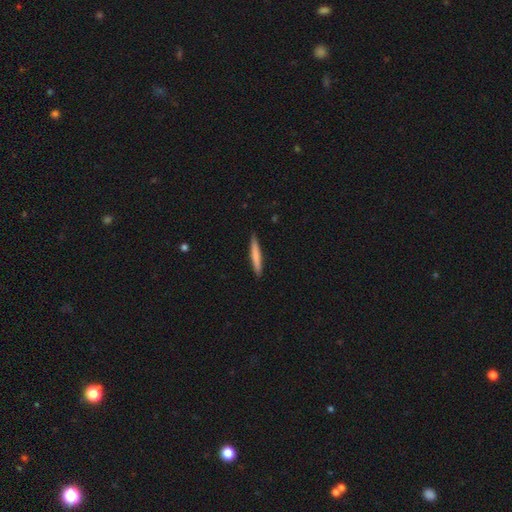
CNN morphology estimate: Smooth or featured? smooth (76%)
How rounded? cigar-shaped (95%)
Merging? none (90%)